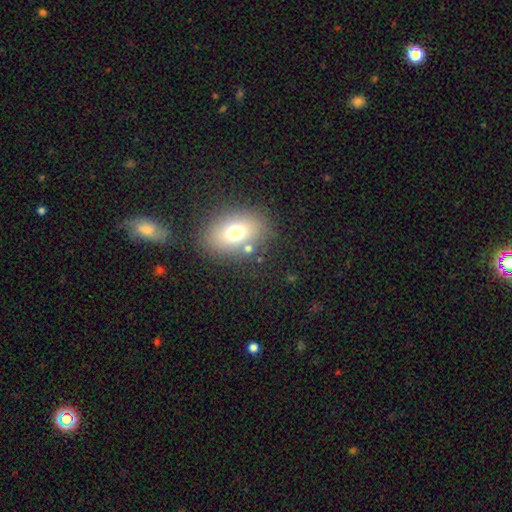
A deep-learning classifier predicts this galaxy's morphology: type=smooth (62%); roundness=in between (77%); merging=none (73%).